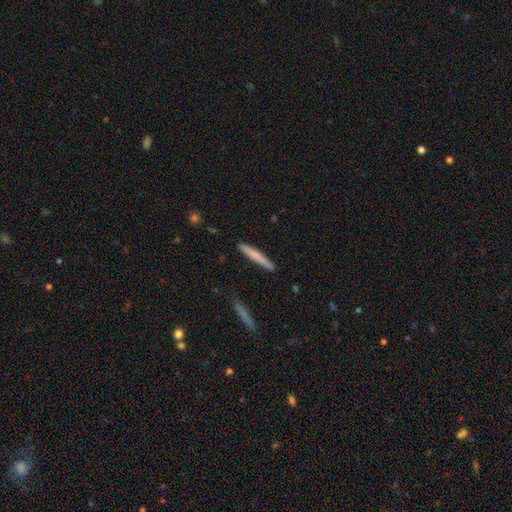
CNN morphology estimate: smooth_or_featured: smooth (p=0.68) [alt: featured or disk p=0.26]
how_rounded: cigar-shaped (p=0.96) [alt: in between p=0.03]
merging: none (p=0.89) [alt: minor disturbance p=0.08]